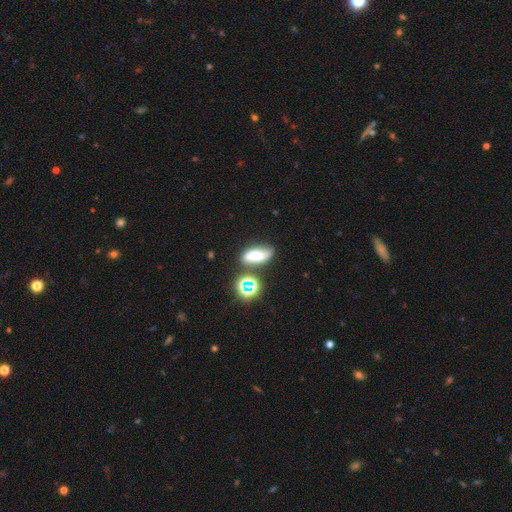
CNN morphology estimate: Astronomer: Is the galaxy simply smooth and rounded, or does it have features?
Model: smooth — 51% (runner-up: featured or disk, 28%).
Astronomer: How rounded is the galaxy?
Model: in between — 68%.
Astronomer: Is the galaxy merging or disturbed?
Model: none — 57%.